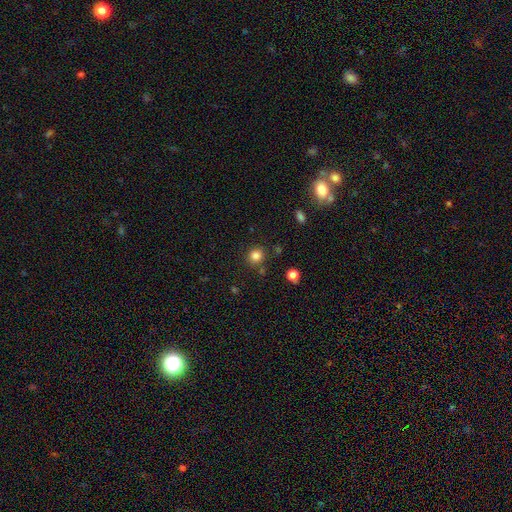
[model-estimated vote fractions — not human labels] Q: Smooth or featured?
A: smooth (82%); runner-up: star or artifact (13%)
Q: How rounded?
A: round (86%); runner-up: in between (13%)
Q: Merging?
A: none (83%); runner-up: minor disturbance (9%)